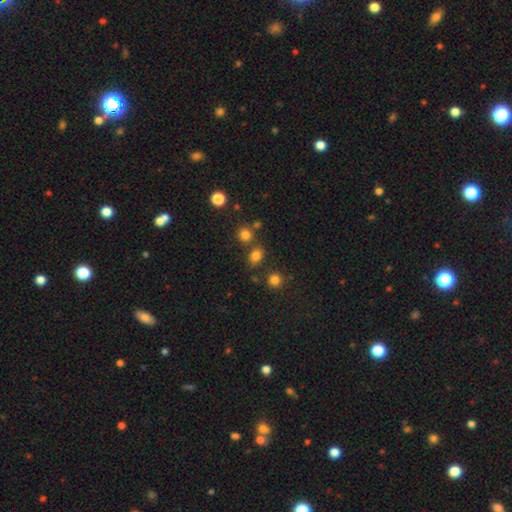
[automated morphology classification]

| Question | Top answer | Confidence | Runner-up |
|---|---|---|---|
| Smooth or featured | smooth | 79% | star or artifact (15%) |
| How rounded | in between | 54% | round (44%) |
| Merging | none | 74% | merger (12%) |